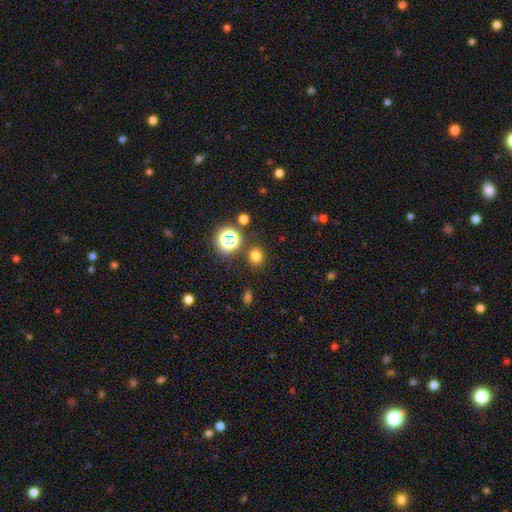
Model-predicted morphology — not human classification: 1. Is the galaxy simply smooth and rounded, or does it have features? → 72% smooth, 22% star or artifact, 6% featured or disk.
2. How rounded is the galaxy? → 88% round, 12% in between, 1% cigar-shaped.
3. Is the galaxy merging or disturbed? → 85% none, 8% minor disturbance, 4% merger, 3% major disturbance.